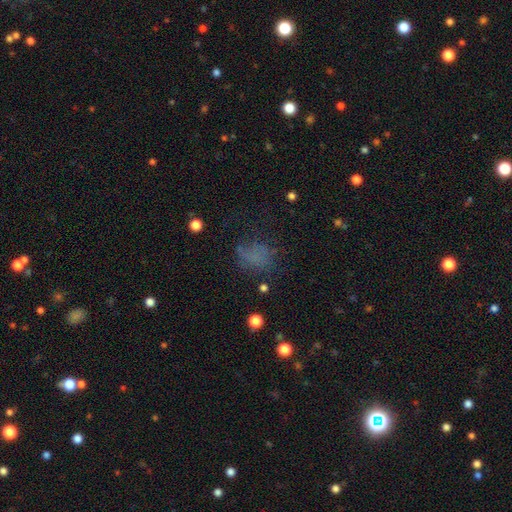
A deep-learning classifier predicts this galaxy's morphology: A smooth galaxy with no disk features (57%) that is in between round and cigar-shaped (56%).

Vote fractions:
- Smooth or featured? smooth: 57% / star or artifact: 25% / featured or disk: 18%
- How rounded? in between: 56% / round: 42% / cigar-shaped: 2%
- Merging? none: 52% / major disturbance: 22% / minor disturbance: 22% / merger: 3%